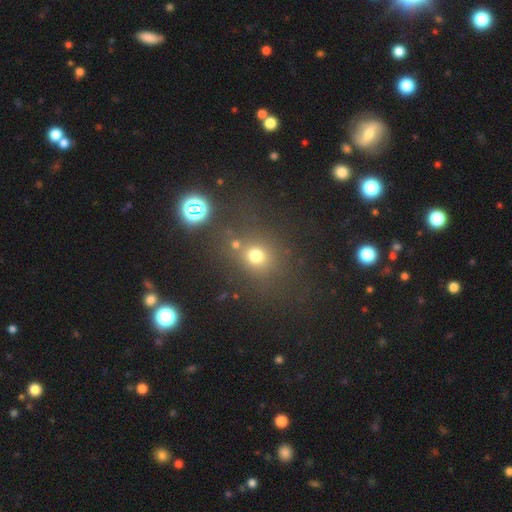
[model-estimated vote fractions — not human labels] Smooth or featured?
  - smooth: 69% *
  - star or artifact: 22%
  - featured or disk: 8%
How rounded?
  - round: 76% *
  - in between: 22%
  - cigar-shaped: 2%
Merging?
  - none: 67% *
  - merger: 15%
  - minor disturbance: 11%
  - major disturbance: 7%